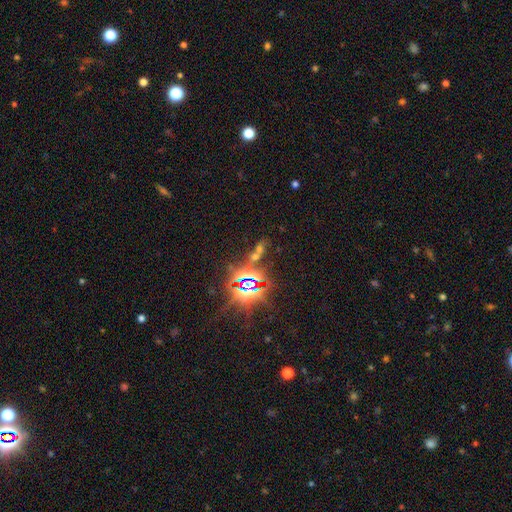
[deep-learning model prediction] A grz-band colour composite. It shows a star or artifact, not a galaxy (76%).